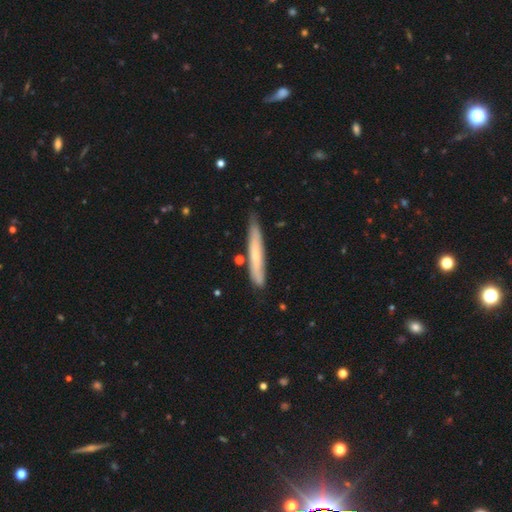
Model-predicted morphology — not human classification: smooth_or_featured: smooth (p=0.53) [alt: featured or disk p=0.41]
how_rounded: cigar-shaped (p=0.94) [alt: in between p=0.05]
merging: none (p=0.76) [alt: minor disturbance p=0.18]